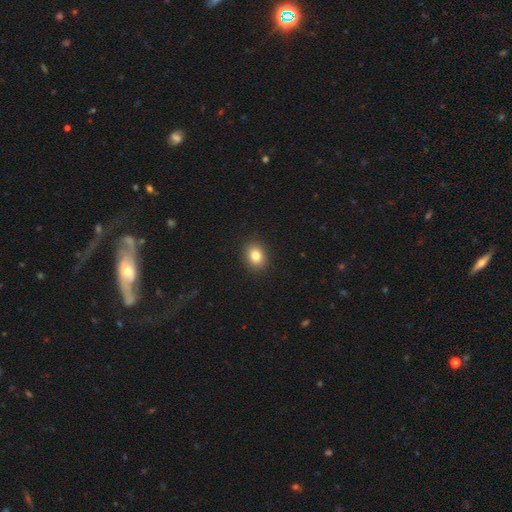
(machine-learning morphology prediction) A smooth galaxy with no disk features (81%) that is round (54%).

Vote fractions:
- Smooth or featured? smooth: 81% / star or artifact: 11% / featured or disk: 8%
- How rounded? round: 54% / in between: 45% / cigar-shaped: 1%
- Merging? none: 91% / minor disturbance: 6% / major disturbance: 2% / merger: 1%